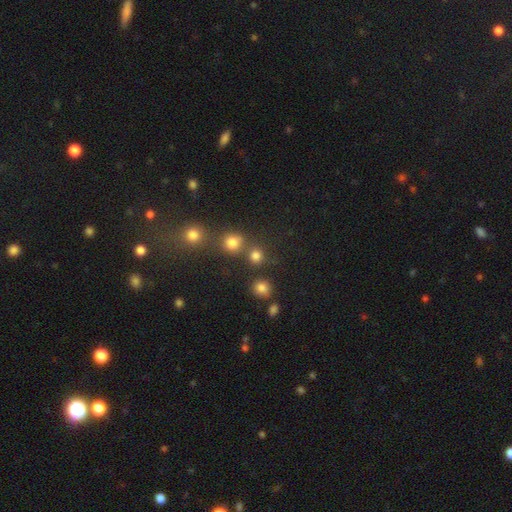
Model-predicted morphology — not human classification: This appears to be a smooth galaxy with no disk features (78%) that is round (88%). Merging: none (69%).